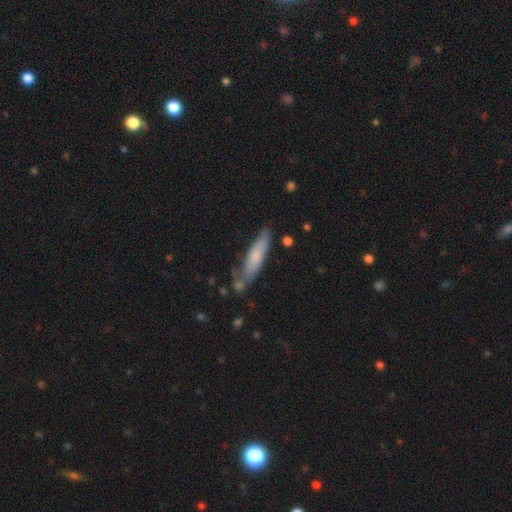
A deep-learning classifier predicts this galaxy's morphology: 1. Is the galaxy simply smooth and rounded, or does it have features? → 69% smooth, 25% featured or disk, 6% star or artifact.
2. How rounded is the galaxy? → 77% cigar-shaped, 21% in between, 2% round.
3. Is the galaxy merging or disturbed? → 68% none, 21% minor disturbance, 6% merger, 5% major disturbance.